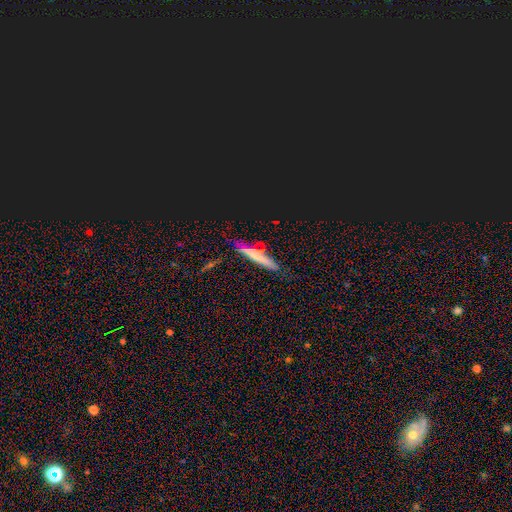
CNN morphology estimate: Smooth or featured? Predicted: smooth (p=0.53). How rounded? Predicted: cigar-shaped (p=0.85). Merging? Predicted: none (p=0.79).